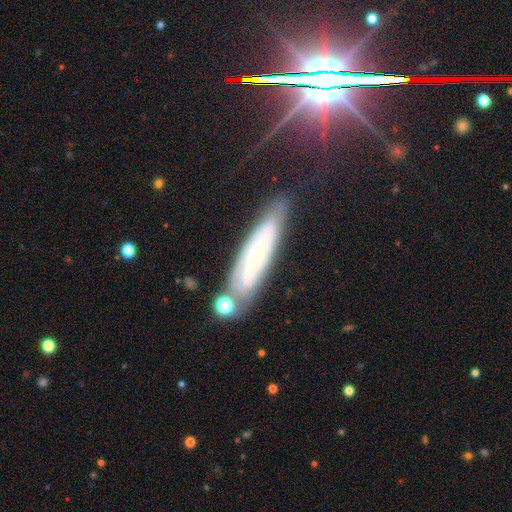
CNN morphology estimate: smooth-or-featured: featured or disk: 66% | smooth: 25% | star or artifact: 9%
  disk-edge-on: no: 68% | yes: 32%
  merging: none: 70% | minor disturbance: 18% | merger: 7% | major disturbance: 5%